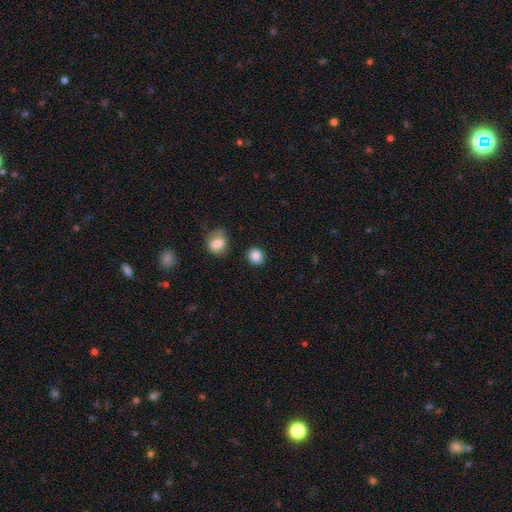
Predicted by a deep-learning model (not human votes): A smooth galaxy with no disk features (86%) that is round (82%).

Vote fractions:
- Smooth or featured? smooth: 86% / star or artifact: 9% / featured or disk: 5%
- How rounded? round: 82% / in between: 17% / cigar-shaped: 1%
- Merging? none: 84% / minor disturbance: 9% / merger: 3% / major disturbance: 3%